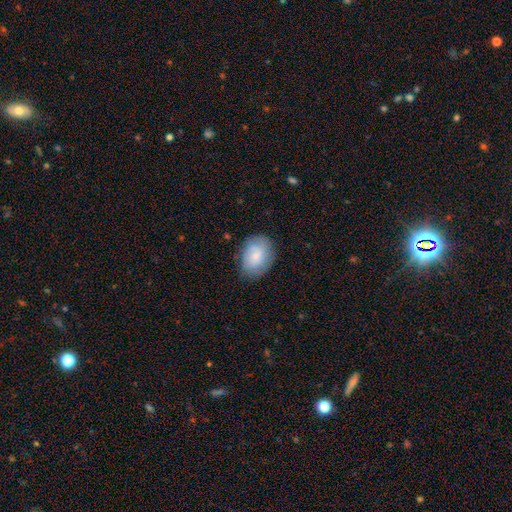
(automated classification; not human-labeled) Smooth or featured? Predicted: smooth (p=0.69). How rounded? Predicted: in between (p=0.59). Merging? Predicted: none (p=0.78).